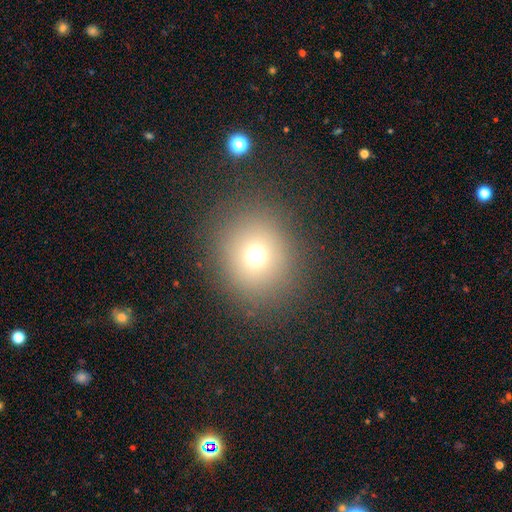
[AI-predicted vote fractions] Smooth or featured? Predicted: smooth (p=0.68). How rounded? Predicted: round (p=0.84). Merging? Predicted: none (p=0.86).